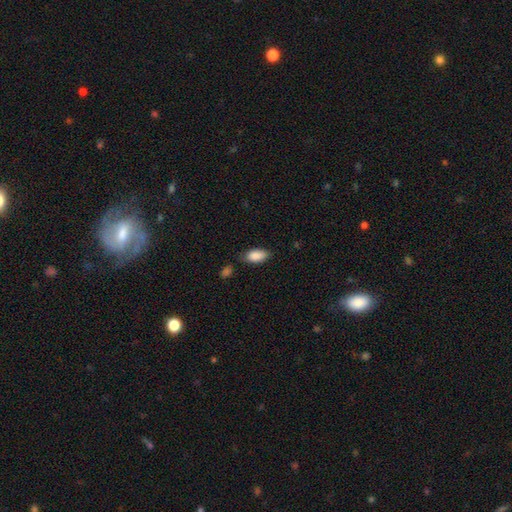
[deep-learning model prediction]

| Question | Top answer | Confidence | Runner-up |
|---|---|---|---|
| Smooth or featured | smooth | 88% | star or artifact (7%) |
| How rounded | in between | 92% | cigar-shaped (5%) |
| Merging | none | 70% | minor disturbance (20%) |